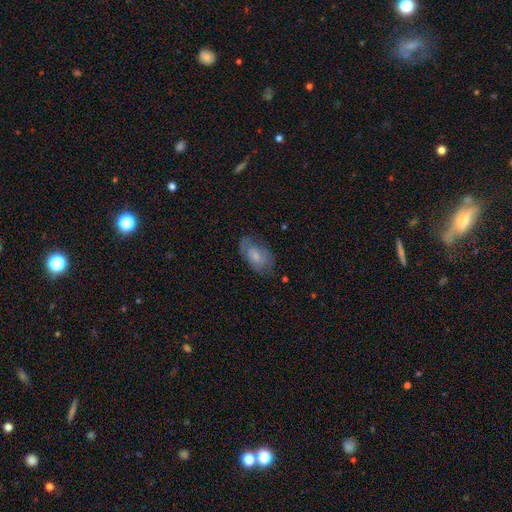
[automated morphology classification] This is possibly a smooth galaxy (56%). How rounded: clearly in between (92%). Merging: likely none (61%).